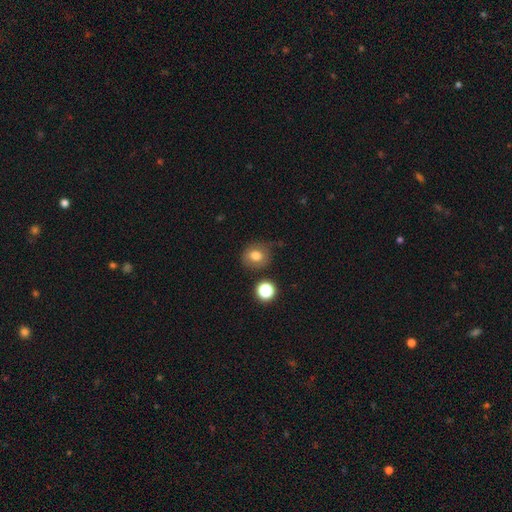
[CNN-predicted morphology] Q: Smooth or featured?
A: smooth (75%); runner-up: featured or disk (13%)
Q: How rounded?
A: round (73%); runner-up: in between (26%)
Q: Merging?
A: none (76%); runner-up: minor disturbance (16%)